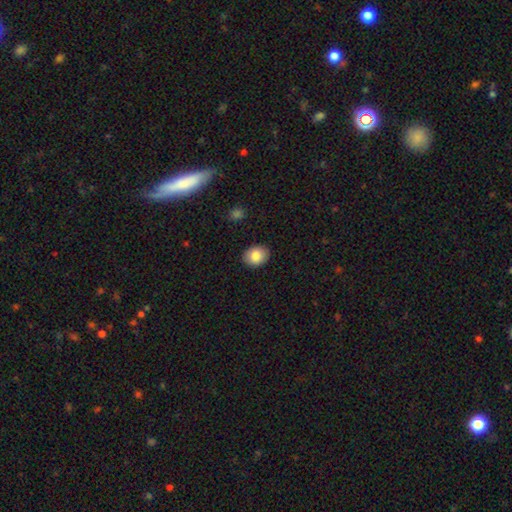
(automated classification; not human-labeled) Smooth or featured? smooth (84%)
How rounded? in between (63%)
Merging? none (88%)